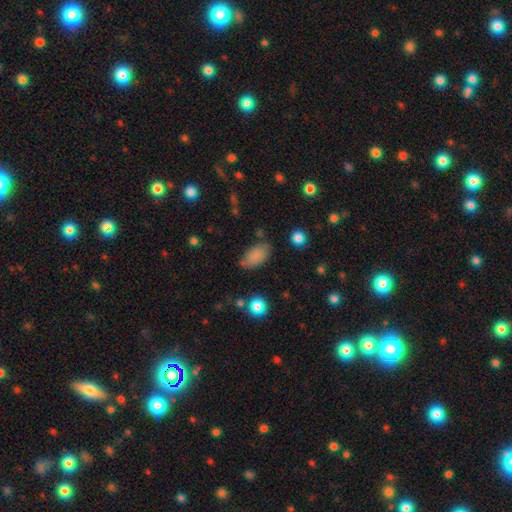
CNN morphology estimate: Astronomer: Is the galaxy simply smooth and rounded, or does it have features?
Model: smooth — 85%.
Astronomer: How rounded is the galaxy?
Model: in between — 93%.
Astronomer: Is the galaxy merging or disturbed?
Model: none — 71%.